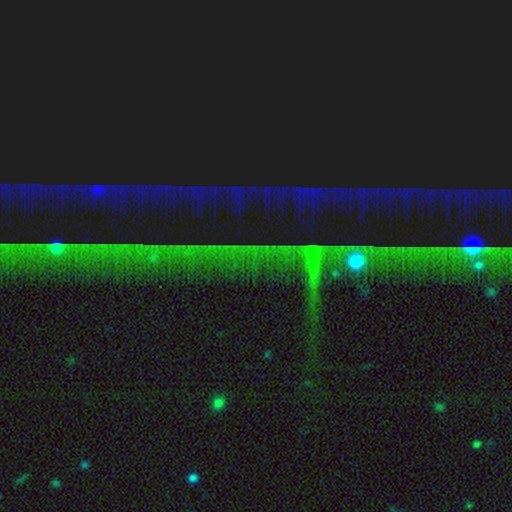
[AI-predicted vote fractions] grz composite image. It shows a star or artifact, not a galaxy (85%).